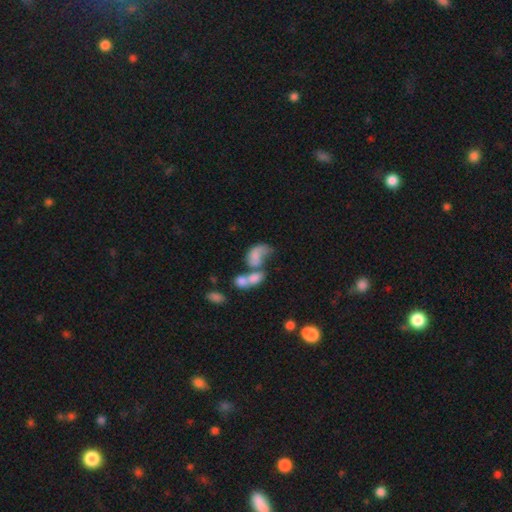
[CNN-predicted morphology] smooth-or-featured: smooth: 57% | featured or disk: 32% | star or artifact: 11%
  how-rounded: in between: 86% | round: 11% | cigar-shaped: 3%
  merging: merger: 66% | major disturbance: 16% | none: 10% | minor disturbance: 8%